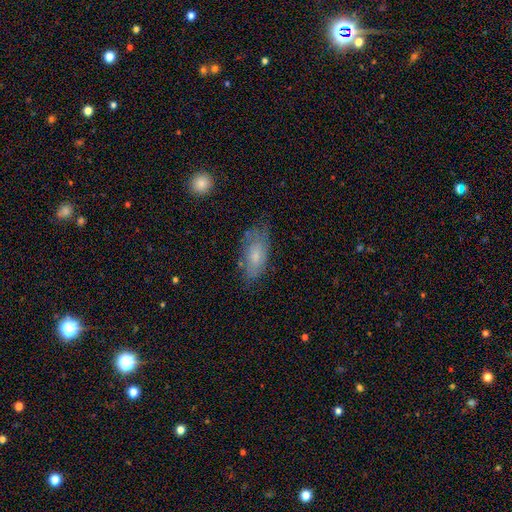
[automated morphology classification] This is likely a smooth galaxy (66%). How rounded: clearly in between (87%). Merging: likely none (64%).